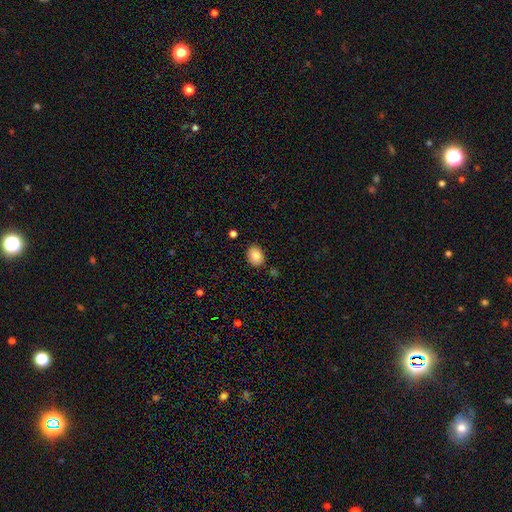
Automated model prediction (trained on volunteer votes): smooth 85%, star or artifact 8%, featured or disk 6%. Down the decision tree: how rounded — in between (60%); merging — none (86%).